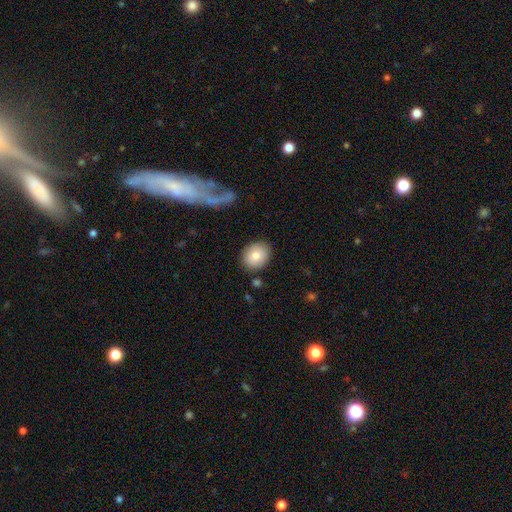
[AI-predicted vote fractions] This appears to be a smooth galaxy with no disk features (81%) that is round (53%). Merging: none (85%).